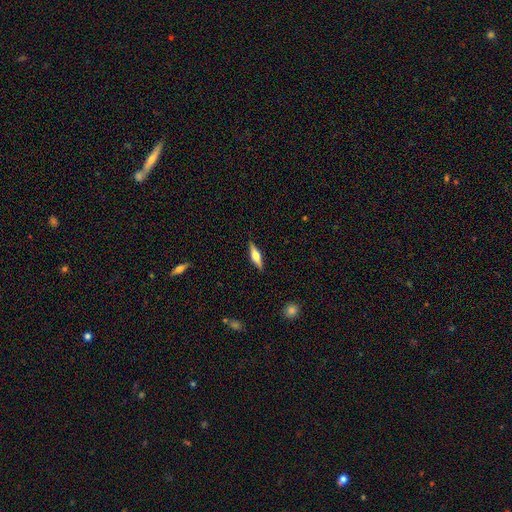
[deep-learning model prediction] This appears to be a featured or disk galaxy (60%) viewed edge-on (96%) with a rounded central bulge (91%). Merging: none (89%).